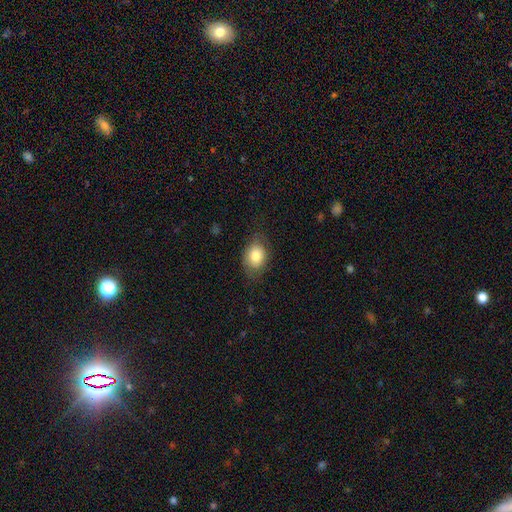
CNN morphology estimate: A smooth galaxy with no disk features (83%) that is in between round and cigar-shaped (75%). Merging: none (73%).